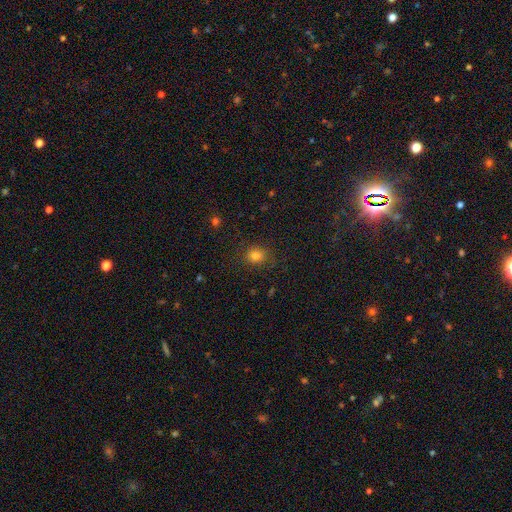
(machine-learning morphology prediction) type=smooth (80%); roundness=round (72%); merging=none (83%).